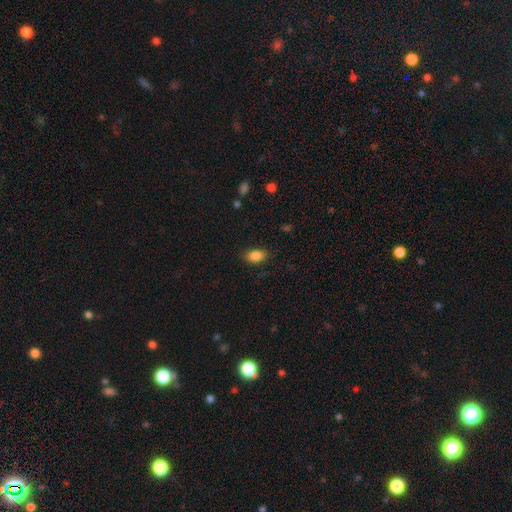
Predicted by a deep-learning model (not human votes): This appears to be a smooth galaxy with no disk features (86%) that is in between round and cigar-shaped (87%). Merging: none (84%).